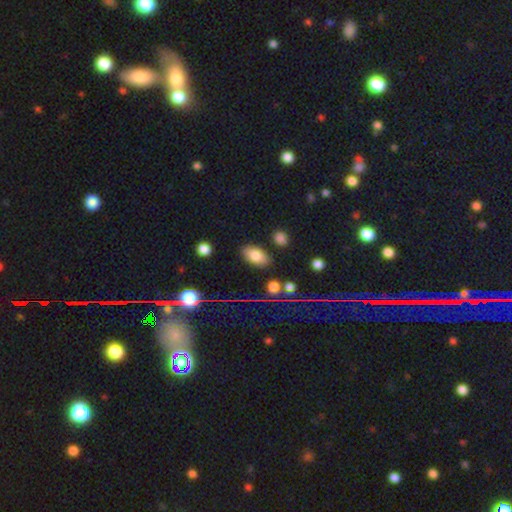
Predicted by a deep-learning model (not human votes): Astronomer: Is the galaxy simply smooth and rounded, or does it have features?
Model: smooth — 77%.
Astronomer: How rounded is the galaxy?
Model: in between — 92%.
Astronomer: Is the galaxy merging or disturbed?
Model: none — 83%.